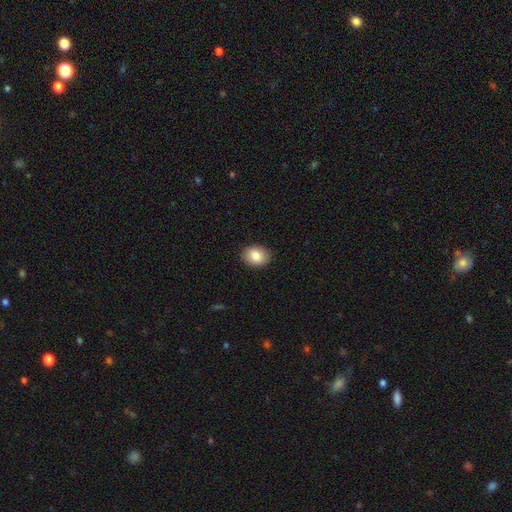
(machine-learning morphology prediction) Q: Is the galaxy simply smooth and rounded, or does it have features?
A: smooth — 86%.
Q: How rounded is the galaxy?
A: in between — 59%.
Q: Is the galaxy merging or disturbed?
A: none — 90%.